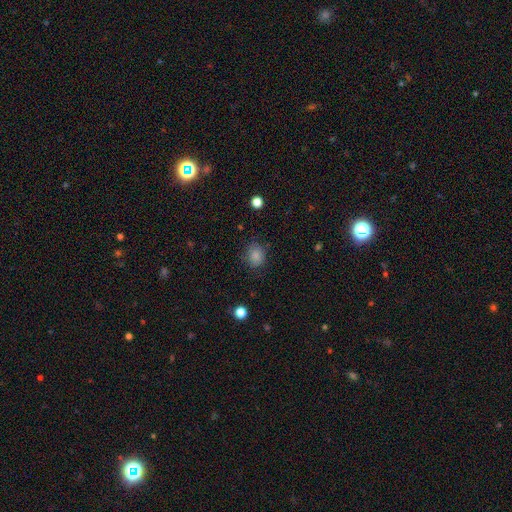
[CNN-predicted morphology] Overall: smooth (84%). How rounded: round (67%; in between 32%). Merging: none (77%).